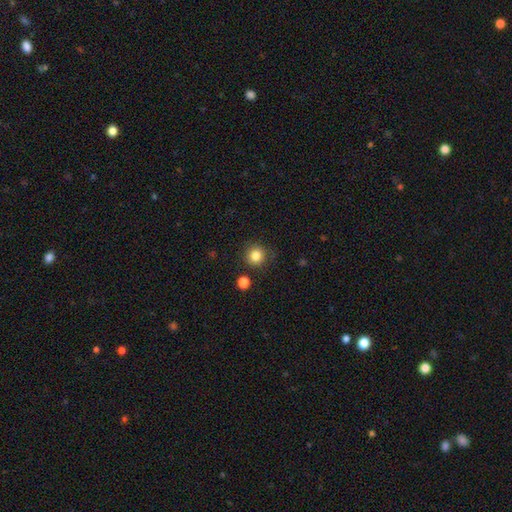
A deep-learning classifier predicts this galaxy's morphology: smooth 84%, star or artifact 11%, featured or disk 5%. Down the decision tree: how rounded — round (93%); merging — none (86%).